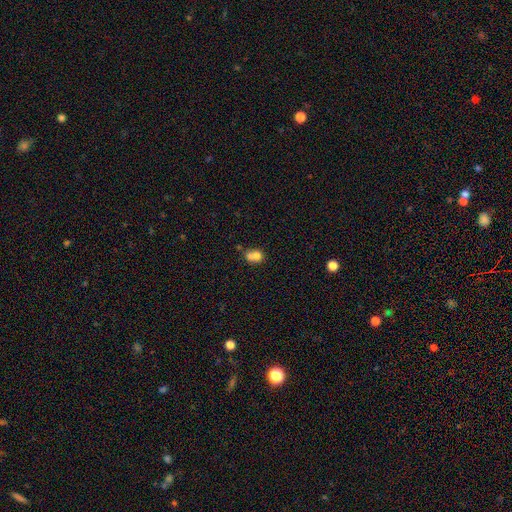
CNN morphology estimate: smooth 70%, featured or disk 19%, star or artifact 11%. Down the decision tree: how rounded — round (64%); merging — merger (56%).